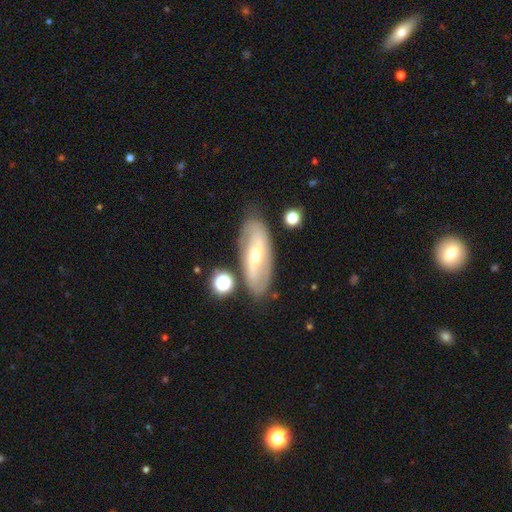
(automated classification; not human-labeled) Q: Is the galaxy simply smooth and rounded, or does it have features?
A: featured or disk — 71%.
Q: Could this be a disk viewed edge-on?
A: no — 84%.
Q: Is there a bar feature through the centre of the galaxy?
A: strong — 36%.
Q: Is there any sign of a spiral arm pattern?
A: yes — 65%.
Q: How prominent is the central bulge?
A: small — 51%.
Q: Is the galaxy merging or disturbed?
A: none — 78%.